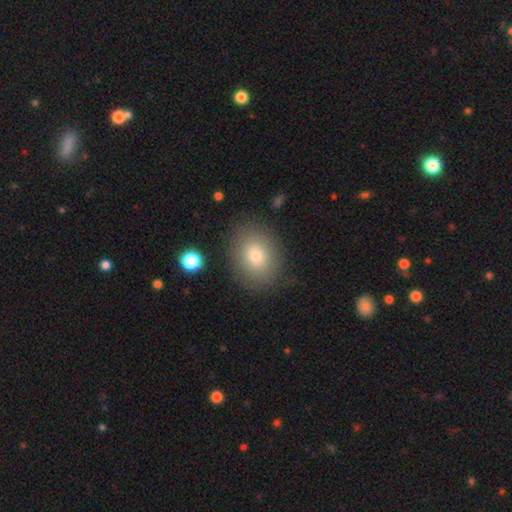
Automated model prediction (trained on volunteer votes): Smooth or featured: smooth — 76% (featured or disk — 13%)
How rounded: in between — 61% (round — 38%)
Merging: none — 85% (minor disturbance — 10%)